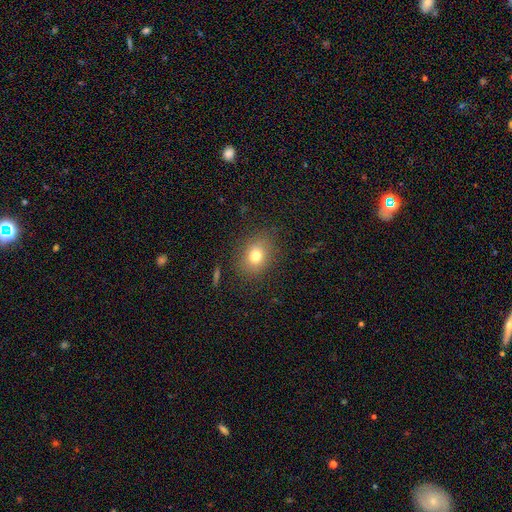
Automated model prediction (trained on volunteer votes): Smooth or featured?
  - smooth: 76% *
  - star or artifact: 12%
  - featured or disk: 12%
How rounded?
  - in between: 51% *
  - round: 48%
  - cigar-shaped: 1%
Merging?
  - none: 83% *
  - minor disturbance: 11%
  - major disturbance: 4%
  - merger: 1%